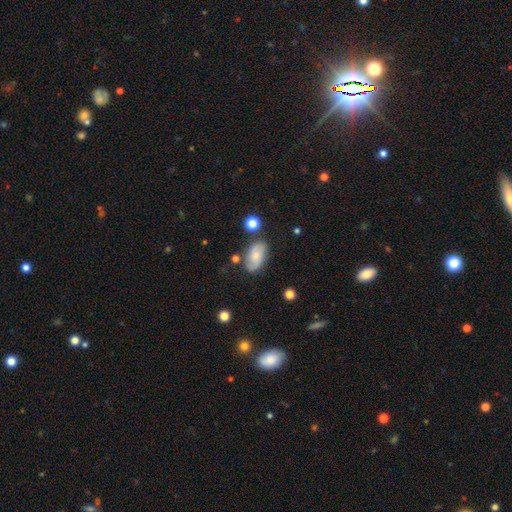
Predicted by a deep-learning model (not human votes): A smooth galaxy with no disk features (52%) that is in between round and cigar-shaped (91%). Merging: none (74%).